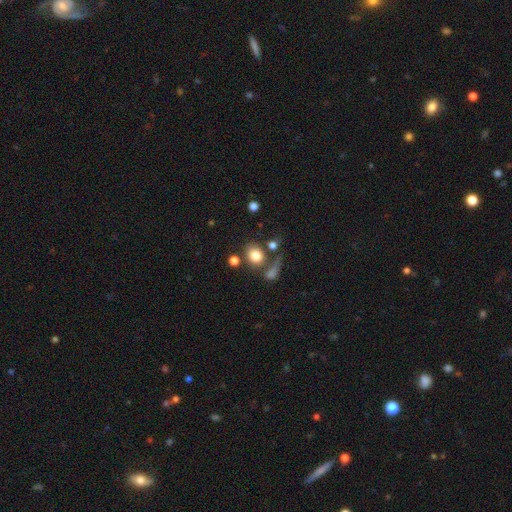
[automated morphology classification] A smooth galaxy with no disk features (80%) that is round (64%).

Vote fractions:
- Smooth or featured? smooth: 80% / star or artifact: 11% / featured or disk: 9%
- How rounded? round: 64% / in between: 34% / cigar-shaped: 1%
- Merging? none: 61% / merger: 19% / minor disturbance: 12% / major disturbance: 9%